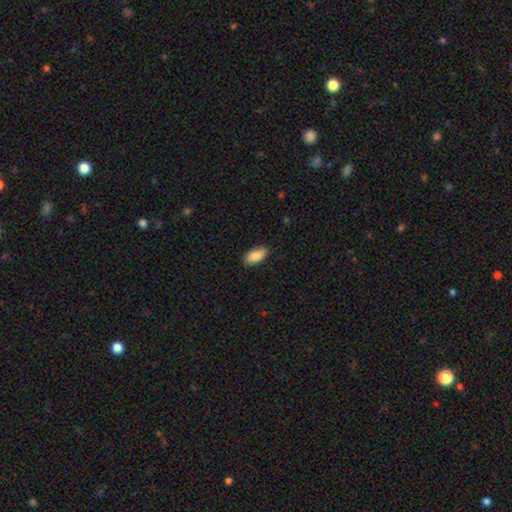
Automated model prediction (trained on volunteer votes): smooth_or_featured: smooth (p=0.87) [alt: featured or disk p=0.07]
how_rounded: in between (p=0.90) [alt: cigar-shaped p=0.08]
merging: none (p=0.87) [alt: minor disturbance p=0.10]